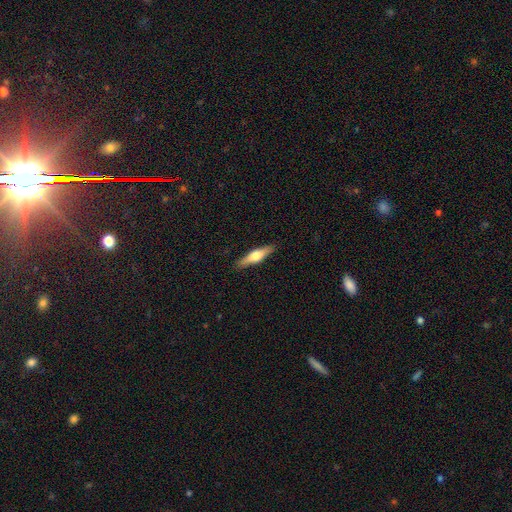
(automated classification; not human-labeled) Overall: featured or disk (52%; smooth 43%). Edge-on disk: yes (95%). Merging: none (90%).